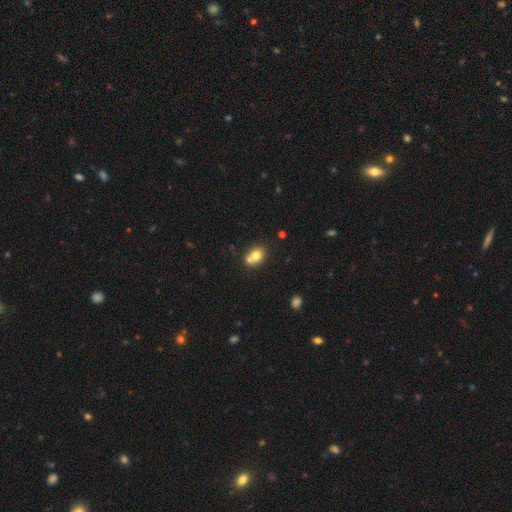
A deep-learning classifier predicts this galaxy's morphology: Smooth or featured? smooth (75%)
How rounded? round (59%)
Merging? merger (44%)